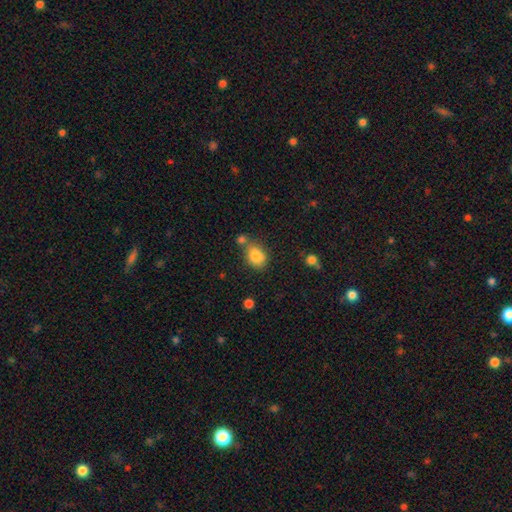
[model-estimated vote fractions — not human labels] Overall: smooth (83%). How rounded: in between (65%; round 34%). Merging: none (57%; merger 20%).